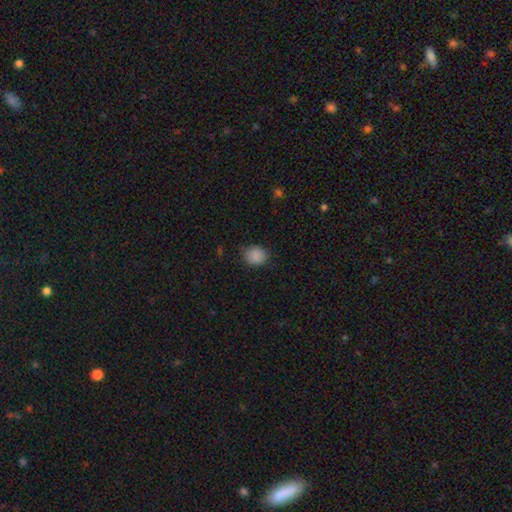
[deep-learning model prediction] Smooth or featured? smooth (88%)
How rounded? round (72%)
Merging? none (83%)